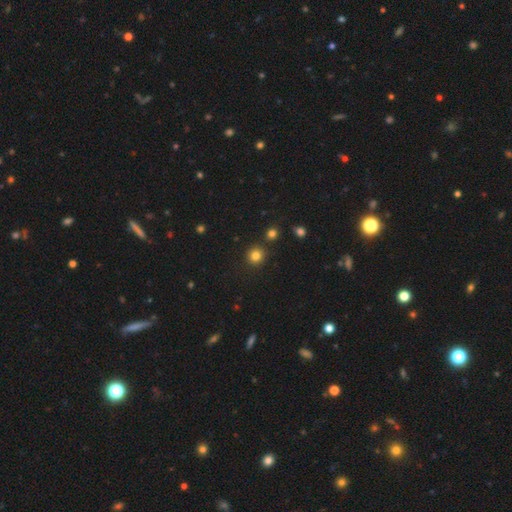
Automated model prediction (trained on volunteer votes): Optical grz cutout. It shows a smooth galaxy with no disk features (82%) that is round (91%). Merging: none (86%).